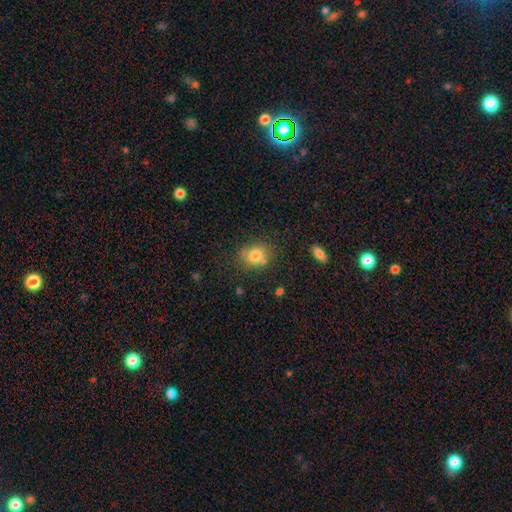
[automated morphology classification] Smooth or featured? smooth (79%)
How rounded? round (58%)
Merging? none (70%)